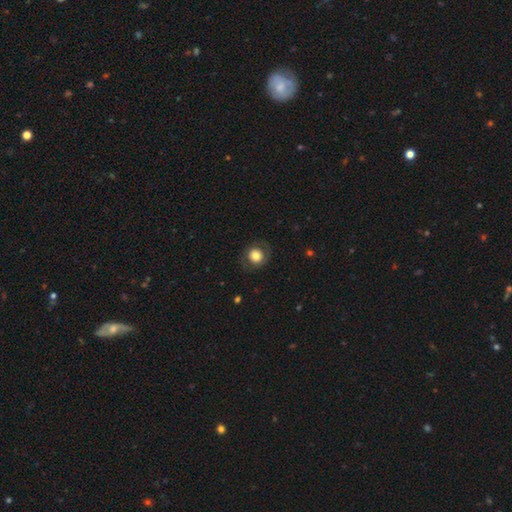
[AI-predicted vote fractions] Smooth or featured? smooth (74%)
How rounded? round (84%)
Merging? none (77%)